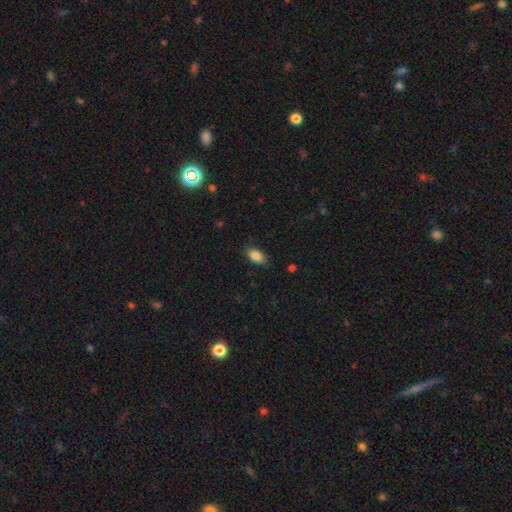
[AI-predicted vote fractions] Smooth or featured? Predicted: smooth (p=0.87). How rounded? Predicted: in between (p=0.91). Merging? Predicted: none (p=0.86).